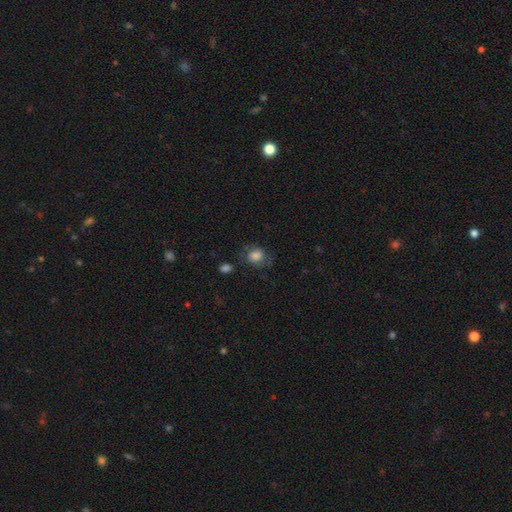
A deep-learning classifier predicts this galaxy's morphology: Q: Smooth or featured?
A: smooth (80%); runner-up: featured or disk (10%)
Q: How rounded?
A: round (60%); runner-up: in between (39%)
Q: Merging?
A: none (63%); runner-up: minor disturbance (22%)